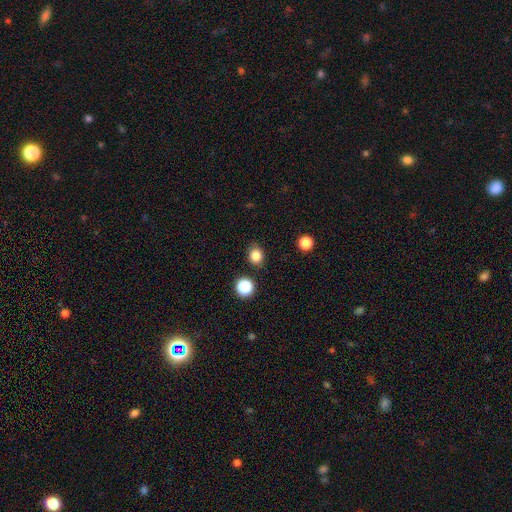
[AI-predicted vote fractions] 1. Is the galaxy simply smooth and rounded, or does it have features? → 82% smooth, 13% star or artifact, 5% featured or disk.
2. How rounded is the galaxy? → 69% round, 30% in between, 1% cigar-shaped.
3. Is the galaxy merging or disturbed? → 86% none, 9% minor disturbance, 3% major disturbance, 3% merger.